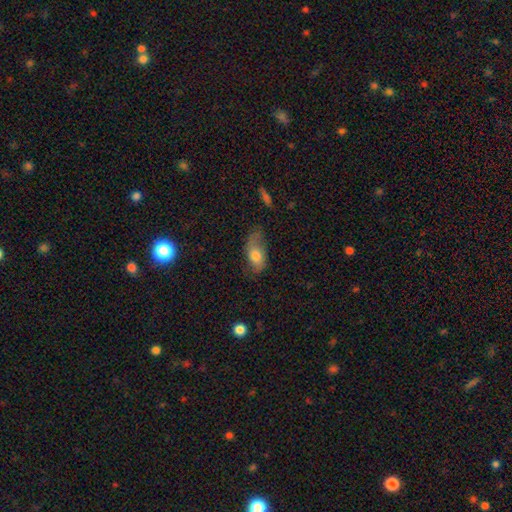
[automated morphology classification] Q: Smooth or featured?
A: smooth (66%); runner-up: featured or disk (26%)
Q: How rounded?
A: in between (88%); runner-up: cigar-shaped (6%)
Q: Merging?
A: none (46%); runner-up: minor disturbance (34%)